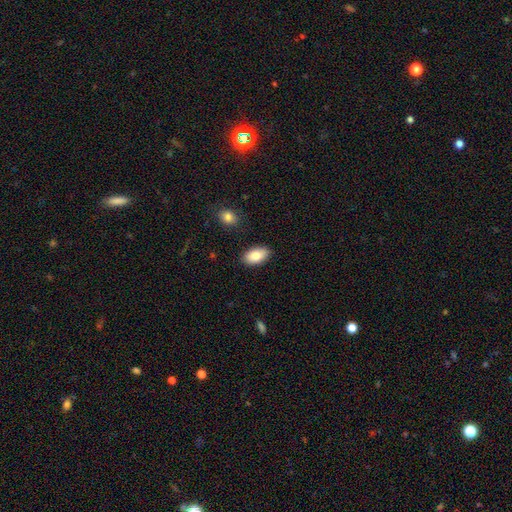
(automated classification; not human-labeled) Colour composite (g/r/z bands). It shows a smooth galaxy with no disk features (83%) that is in between round and cigar-shaped (93%). Merging: none (87%).